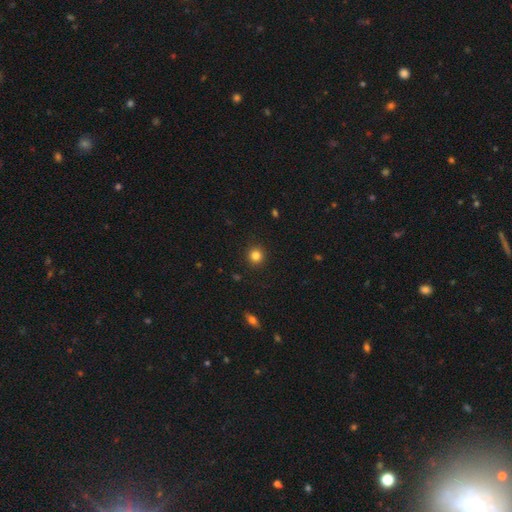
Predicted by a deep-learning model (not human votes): Morphology: type=smooth (83%); roundness=round (93%); merging=none (92%).